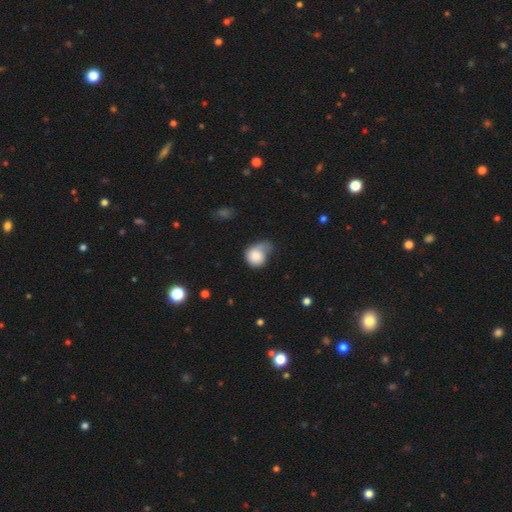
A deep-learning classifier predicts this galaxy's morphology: Q: Smooth or featured?
A: smooth (81%); runner-up: featured or disk (13%)
Q: How rounded?
A: round (68%); runner-up: in between (31%)
Q: Merging?
A: minor disturbance (35%); runner-up: major disturbance (31%)